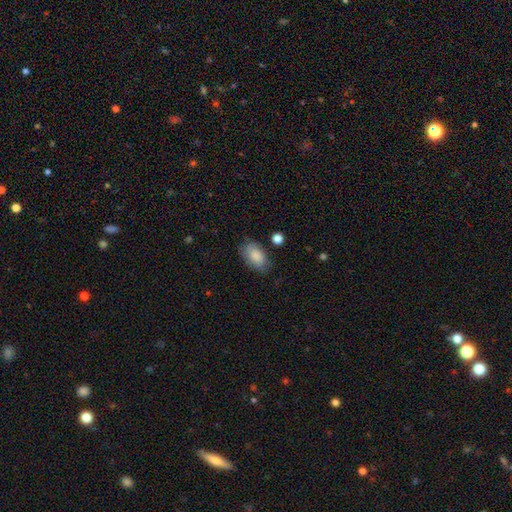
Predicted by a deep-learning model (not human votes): A smooth galaxy with no disk features (87%) that is in between round and cigar-shaped (93%).

Vote fractions:
- Smooth or featured? smooth: 87% / featured or disk: 7% / star or artifact: 6%
- How rounded? in between: 93% / round: 5% / cigar-shaped: 2%
- Merging? none: 77% / minor disturbance: 17% / major disturbance: 4% / merger: 2%